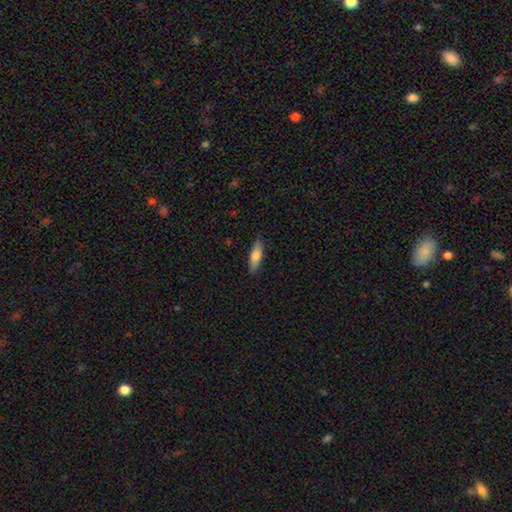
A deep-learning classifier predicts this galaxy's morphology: A smooth galaxy with no disk features (72%) that is cigar-shaped (56%). Merging: none (88%).